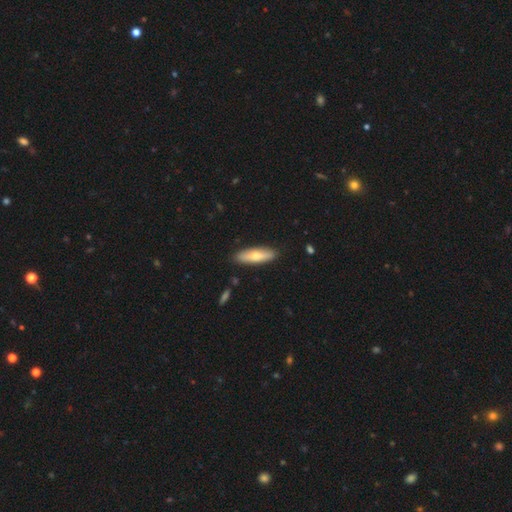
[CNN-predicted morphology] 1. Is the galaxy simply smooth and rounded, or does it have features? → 60% smooth, 35% featured or disk, 5% star or artifact.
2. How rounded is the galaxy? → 56% cigar-shaped, 42% in between, 2% round.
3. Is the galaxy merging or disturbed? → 88% none, 8% minor disturbance, 2% major disturbance, 1% merger.